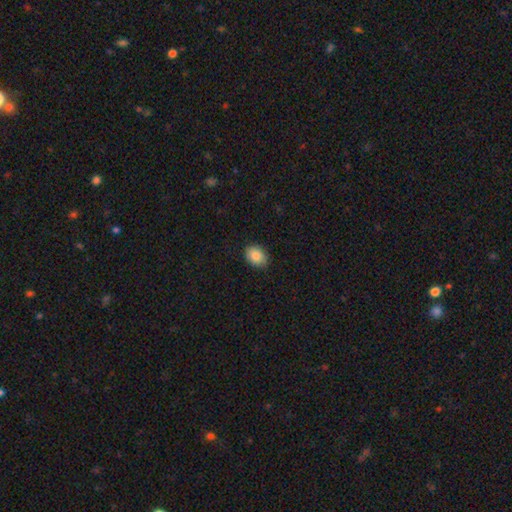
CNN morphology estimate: A smooth galaxy with no disk features (87%) that is in between round and cigar-shaped (65%). Merging: none (87%).